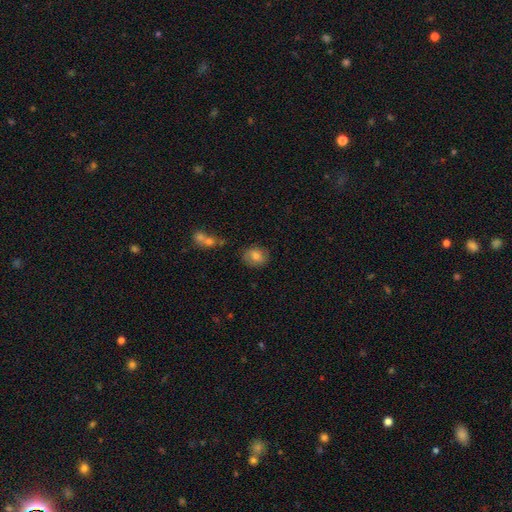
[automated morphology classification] Q: Smooth or featured?
A: smooth (77%); runner-up: featured or disk (14%)
Q: How rounded?
A: round (51%); runner-up: in between (48%)
Q: Merging?
A: none (82%); runner-up: minor disturbance (12%)